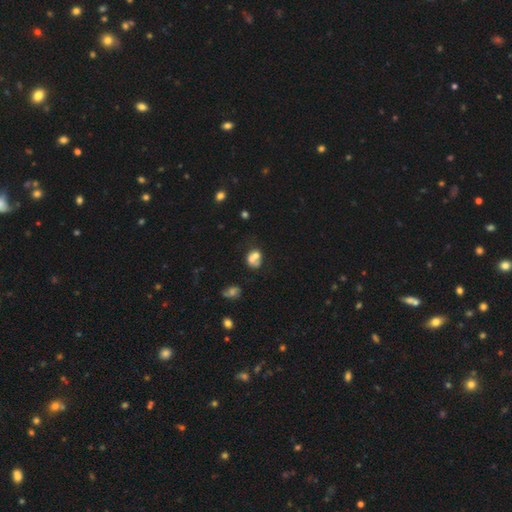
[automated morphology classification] Q: Smooth or featured?
A: smooth (60%); runner-up: featured or disk (26%)
Q: How rounded?
A: round (54%); runner-up: in between (45%)
Q: Merging?
A: merger (58%); runner-up: none (25%)